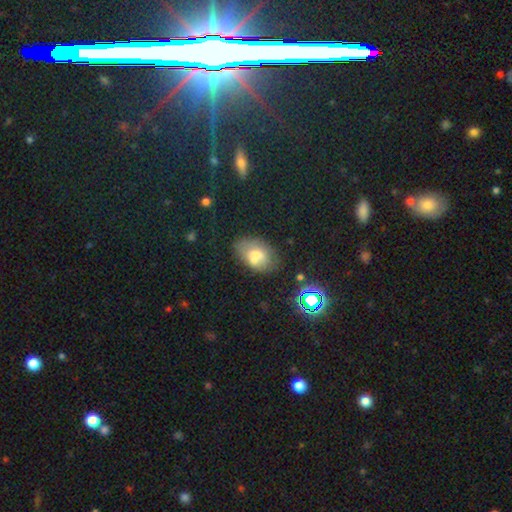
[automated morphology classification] This appears to be a smooth galaxy with no disk features (58%) that is in between round and cigar-shaped (82%). Merging: none (48%).